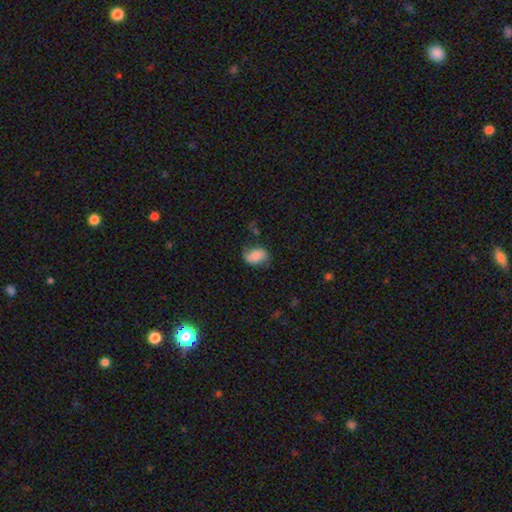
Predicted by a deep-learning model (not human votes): Smooth or featured: smooth — 73% (featured or disk — 19%)
How rounded: in between — 83% (round — 16%)
Merging: none — 60% (minor disturbance — 28%)